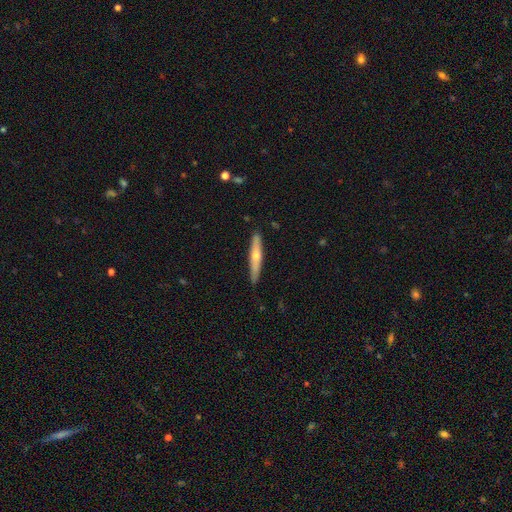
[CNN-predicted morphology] Overall: featured or disk (52%; smooth 42%). Edge-on disk: yes (91%). Merging: none (89%).